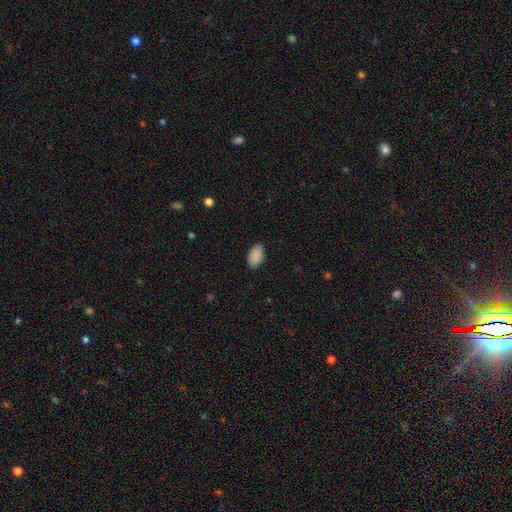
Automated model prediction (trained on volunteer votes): Smooth or featured?
  - smooth: 90% *
  - star or artifact: 7%
  - featured or disk: 3%
How rounded?
  - in between: 94% *
  - round: 4%
  - cigar-shaped: 2%
Merging?
  - none: 86% *
  - minor disturbance: 10%
  - major disturbance: 2%
  - merger: 1%